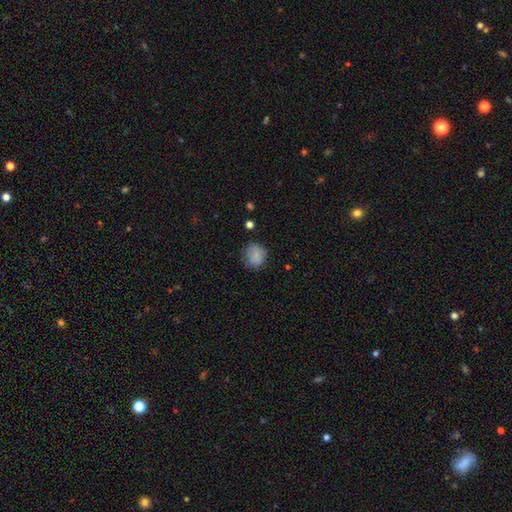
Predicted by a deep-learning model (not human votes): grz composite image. It shows a smooth galaxy with no disk features (81%) that is round (82%). Merging: none (76%).